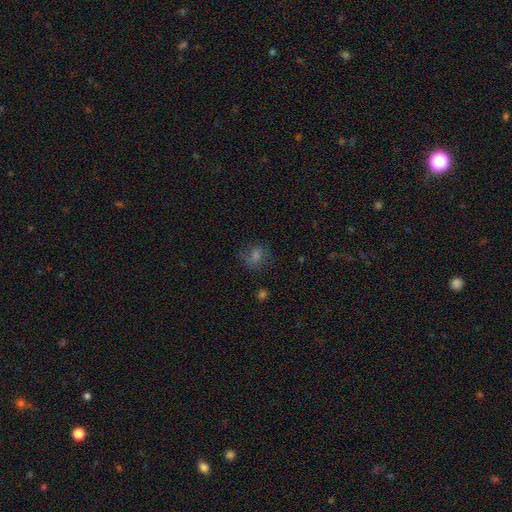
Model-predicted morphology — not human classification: type=smooth (44%); merging=none (66%).